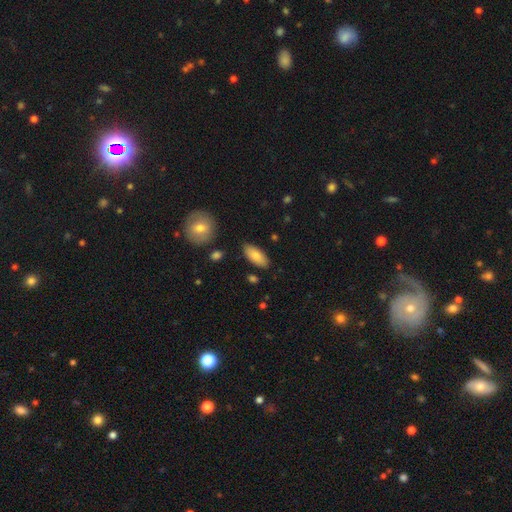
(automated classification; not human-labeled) smooth-or-featured: smooth: 82% | featured or disk: 11% | star or artifact: 6%
  how-rounded: in between: 86% | cigar-shaped: 12% | round: 2%
  merging: none: 86% | minor disturbance: 10% | merger: 3% | major disturbance: 2%